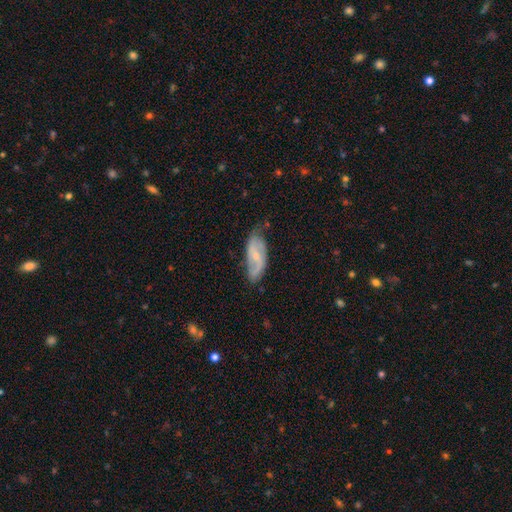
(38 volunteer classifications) Morphology: type=featured or disk (71%); edge-on=no (89%); bar=weak (46%); spiral arms=yes (83%); winding=loose (60%); arm count=2 (95%); bulge=small (62%); merging=none (53%).